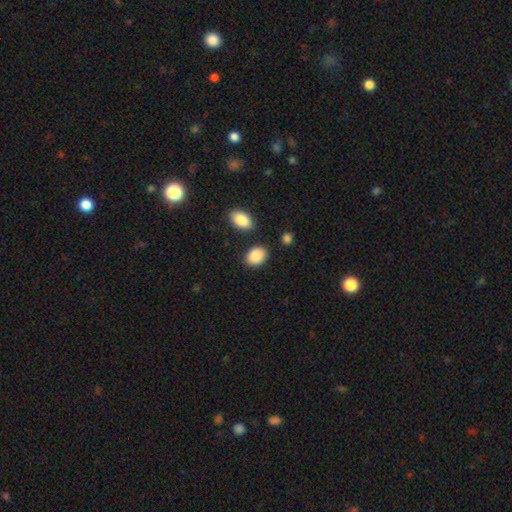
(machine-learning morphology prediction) smooth-or-featured: smooth: 89% | star or artifact: 7% | featured or disk: 4%
  how-rounded: in between: 75% | round: 24% | cigar-shaped: 1%
  merging: none: 81% | minor disturbance: 11% | merger: 5% | major disturbance: 3%